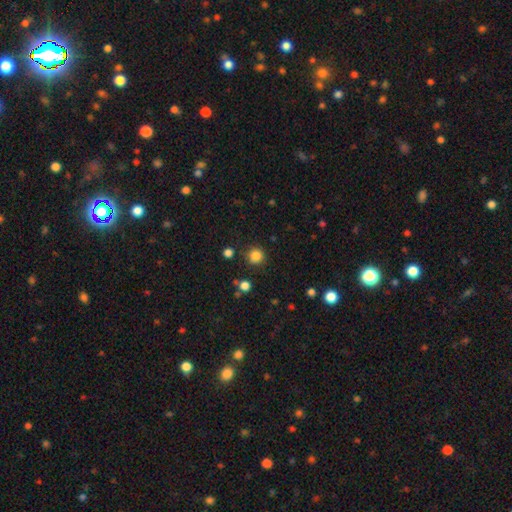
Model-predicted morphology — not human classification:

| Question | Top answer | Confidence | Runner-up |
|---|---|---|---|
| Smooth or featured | smooth | 84% | star or artifact (12%) |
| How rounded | round | 93% | in between (6%) |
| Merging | none | 87% | minor disturbance (8%) |